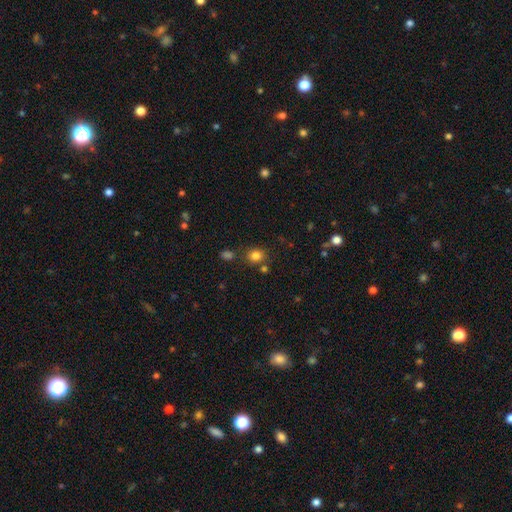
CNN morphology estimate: smooth-or-featured: smooth: 82% | star or artifact: 13% | featured or disk: 5%
  how-rounded: round: 71% | in between: 28% | cigar-shaped: 1%
  merging: none: 76% | minor disturbance: 11% | merger: 8% | major disturbance: 4%